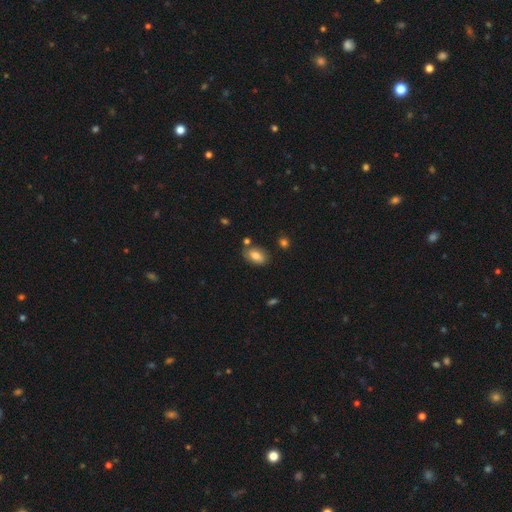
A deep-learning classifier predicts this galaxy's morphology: smooth 69%, featured or disk 22%, star or artifact 9%. Down the decision tree: how rounded — in between (90%); merging — none (70%).